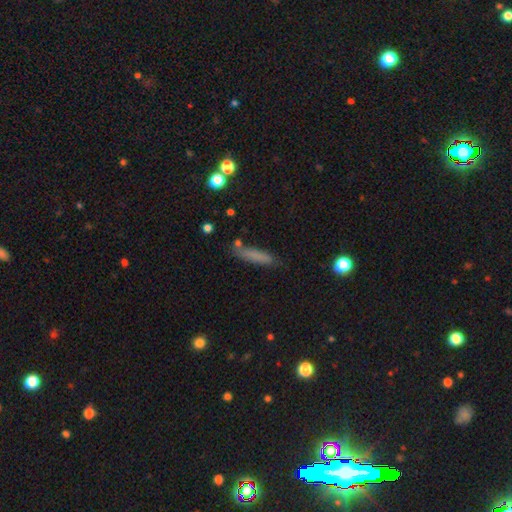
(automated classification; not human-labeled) Morphology: type=smooth (76%); roundness=cigar-shaped (81%); merging=none (75%).